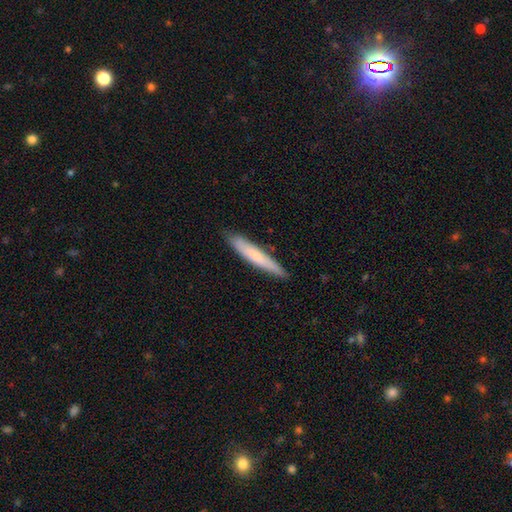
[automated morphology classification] Smooth or featured?
  - smooth: 60% *
  - featured or disk: 34%
  - star or artifact: 6%
How rounded?
  - cigar-shaped: 92% *
  - in between: 7%
  - round: 1%
Merging?
  - none: 86% *
  - minor disturbance: 11%
  - major disturbance: 2%
  - merger: 1%